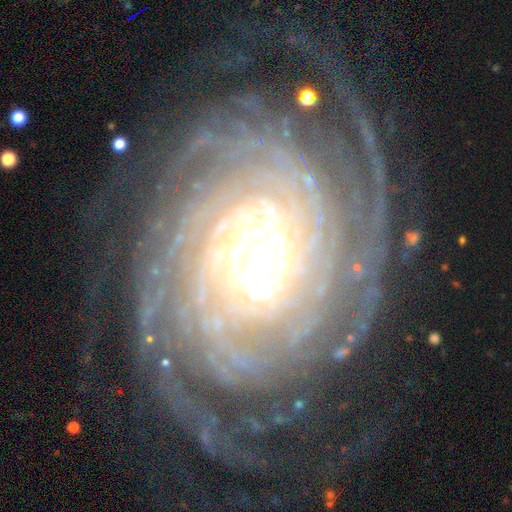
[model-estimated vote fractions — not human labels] Q: Smooth or featured?
A: featured or disk (91%); runner-up: star or artifact (5%)
Q: Edge-on disk?
A: no (97%); runner-up: yes (3%)
Q: Bar?
A: no (63%); runner-up: weak (21%)
Q: Spiral arms?
A: yes (98%); runner-up: no (2%)
Q: Spiral winding?
A: tight (81%); runner-up: medium (14%)
Q: Spiral arm count?
A: more than 4 (35%); runner-up: can't tell (18%)
Q: Bulge size?
A: moderate (59%); runner-up: large (21%)
Q: Merging?
A: none (74%); runner-up: minor disturbance (13%)